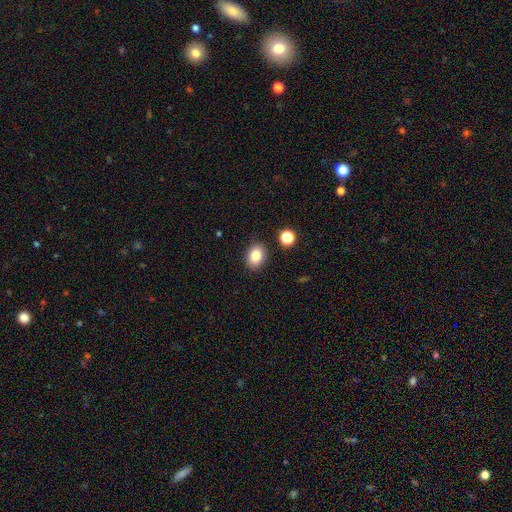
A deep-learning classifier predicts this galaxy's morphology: Q: Smooth or featured?
A: smooth (83%); runner-up: star or artifact (10%)
Q: How rounded?
A: in between (72%); runner-up: round (27%)
Q: Merging?
A: none (86%); runner-up: minor disturbance (9%)